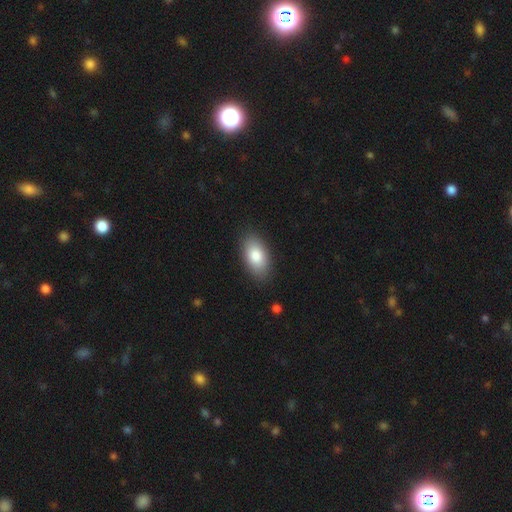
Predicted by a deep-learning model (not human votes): Q: Smooth or featured?
A: smooth (82%); runner-up: featured or disk (11%)
Q: How rounded?
A: in between (93%); runner-up: round (5%)
Q: Merging?
A: none (87%); runner-up: minor disturbance (9%)